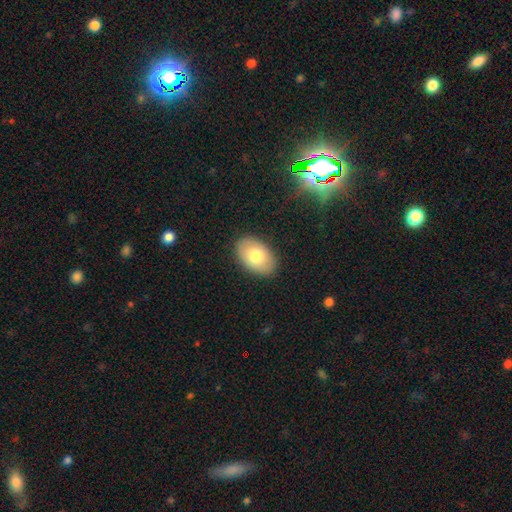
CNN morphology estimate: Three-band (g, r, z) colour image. It shows a smooth galaxy with no disk features (74%) that is in between round and cigar-shaped (89%). Merging: none (88%).